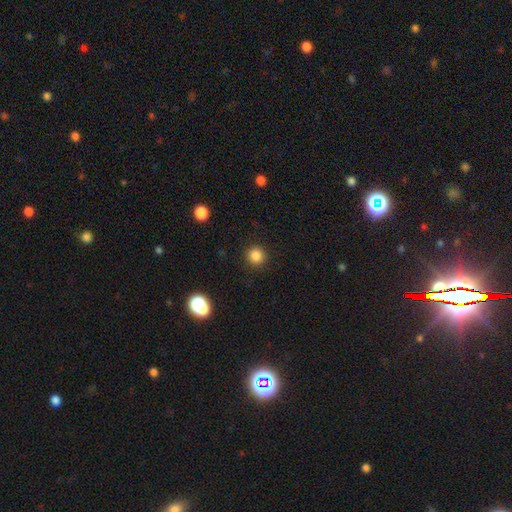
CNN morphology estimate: This is clearly a smooth galaxy (85%). How rounded: clearly round (93%). Merging: clearly none (92%).